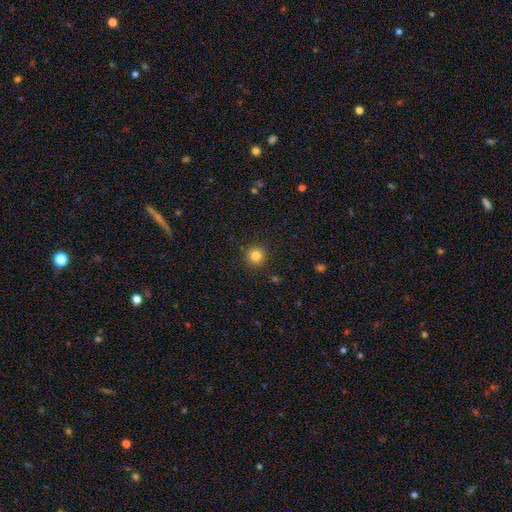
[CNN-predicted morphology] Overall: smooth (83%). How rounded: round (94%). Merging: none (90%).